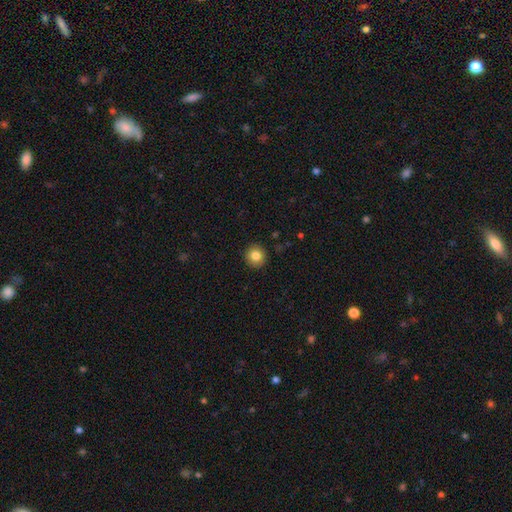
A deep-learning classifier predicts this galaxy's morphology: A smooth galaxy with no disk features (83%) that is round (91%). Merging: none (92%).